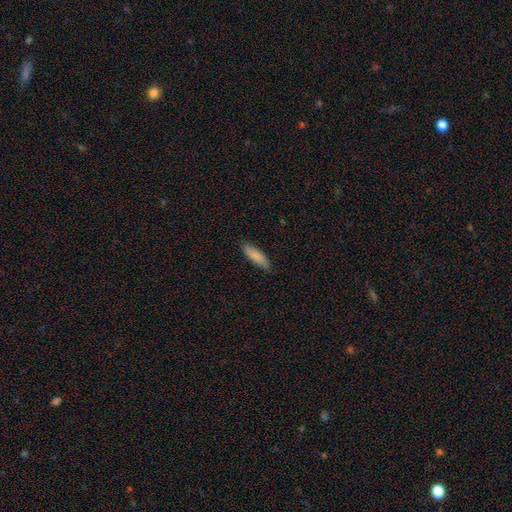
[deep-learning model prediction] This is clearly a smooth galaxy (87%). How rounded: possibly cigar-shaped (57%). Merging: clearly none (86%).